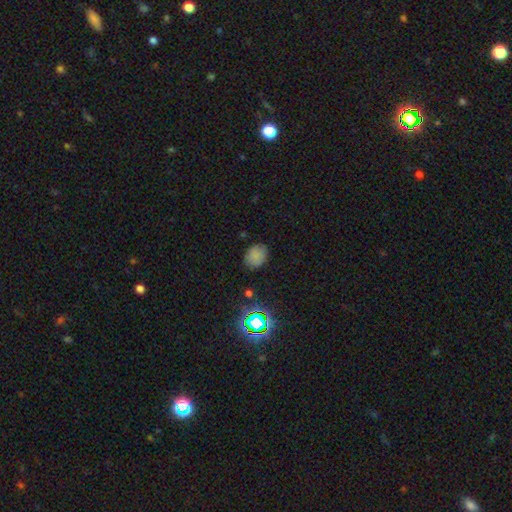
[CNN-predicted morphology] This is likely a smooth galaxy (75%). How rounded: possibly round (52%). Merging: likely none (80%).